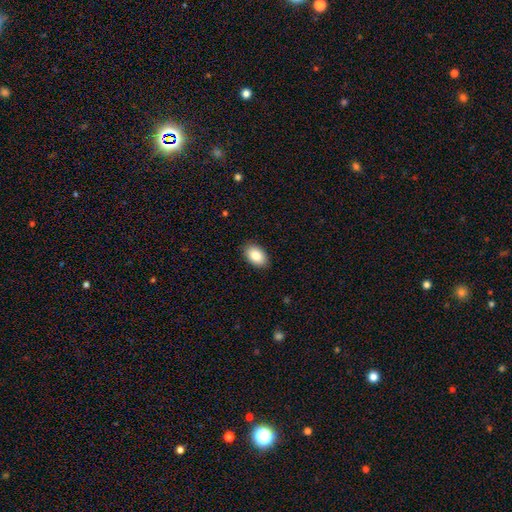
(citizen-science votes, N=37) Smooth or featured? 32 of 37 (86%) said smooth. How rounded? 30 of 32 (94%) said in between. Merging? 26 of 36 (72%) said none.